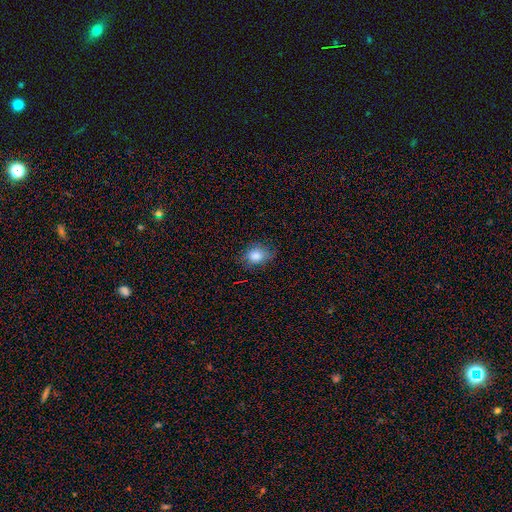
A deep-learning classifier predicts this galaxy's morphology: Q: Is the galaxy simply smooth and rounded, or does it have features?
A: smooth — 82%.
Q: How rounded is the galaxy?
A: in between — 62%.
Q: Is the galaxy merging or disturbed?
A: none — 76%.